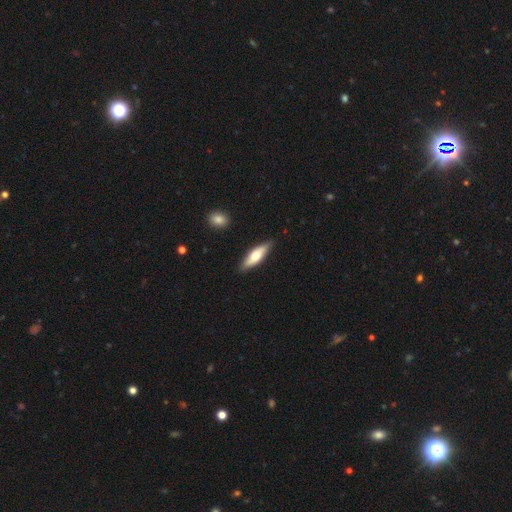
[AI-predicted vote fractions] Smooth or featured? Predicted: smooth (p=0.61). How rounded? Predicted: in between (p=0.50). Merging? Predicted: none (p=0.85).